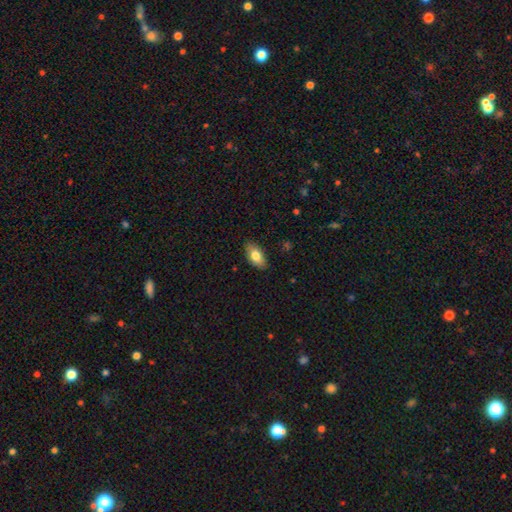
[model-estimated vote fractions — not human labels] smooth-or-featured: smooth: 78% | featured or disk: 16% | star or artifact: 7%
  how-rounded: in between: 91% | cigar-shaped: 5% | round: 4%
  merging: none: 86% | minor disturbance: 11% | major disturbance: 2% | merger: 1%